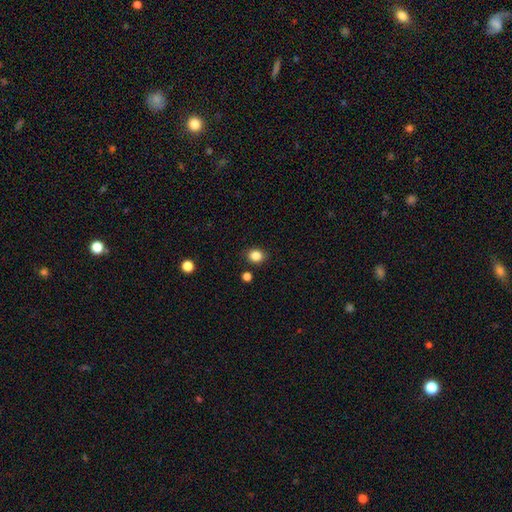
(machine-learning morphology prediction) smooth-or-featured: smooth: 85% | star or artifact: 11% | featured or disk: 4%
  how-rounded: round: 71% | in between: 28% | cigar-shaped: 1%
  merging: none: 85% | minor disturbance: 9% | merger: 3% | major disturbance: 3%